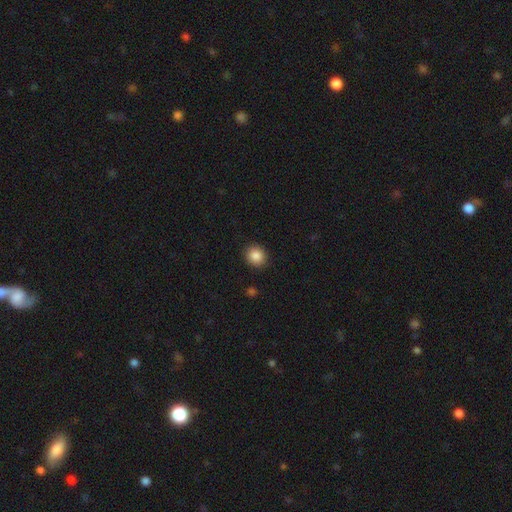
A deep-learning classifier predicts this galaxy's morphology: type=smooth (87%); roundness=round (82%); merging=none (90%).